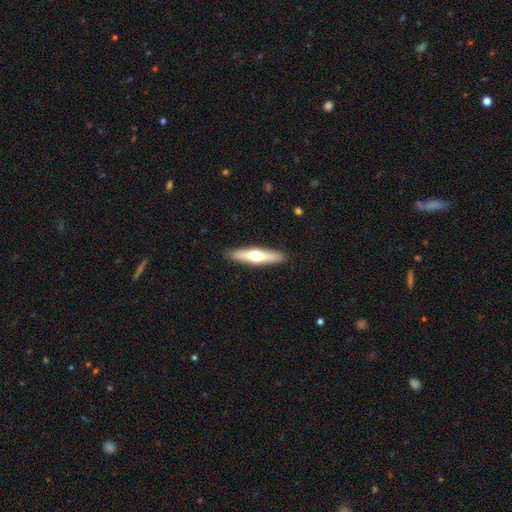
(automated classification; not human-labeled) Q: Smooth or featured?
A: smooth (49%); runner-up: featured or disk (46%)
Q: Merging?
A: none (90%); runner-up: minor disturbance (7%)